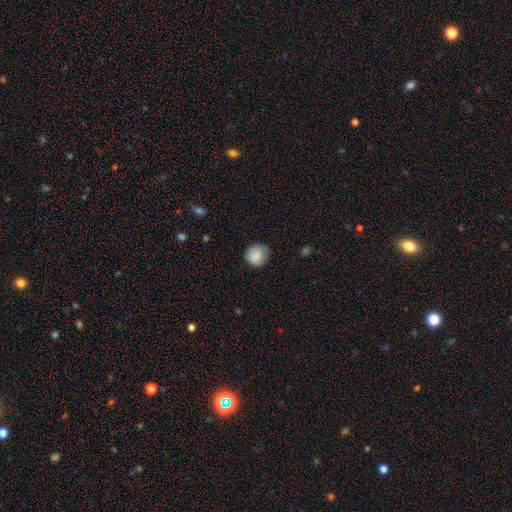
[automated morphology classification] Q: Smooth or featured?
A: smooth (83%); runner-up: featured or disk (9%)
Q: How rounded?
A: round (80%); runner-up: in between (19%)
Q: Merging?
A: none (73%); runner-up: minor disturbance (21%)